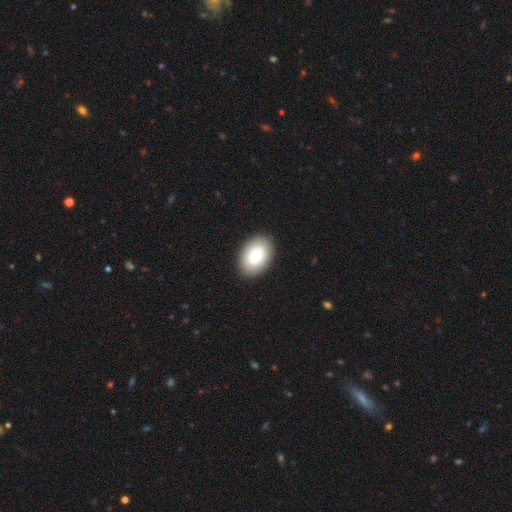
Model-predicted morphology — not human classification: The model was most divided on "smooth or featured": smooth: 77%, featured or disk: 16%, star or artifact: 7%. More confident: merging — none (90%); how rounded — in between (85%).